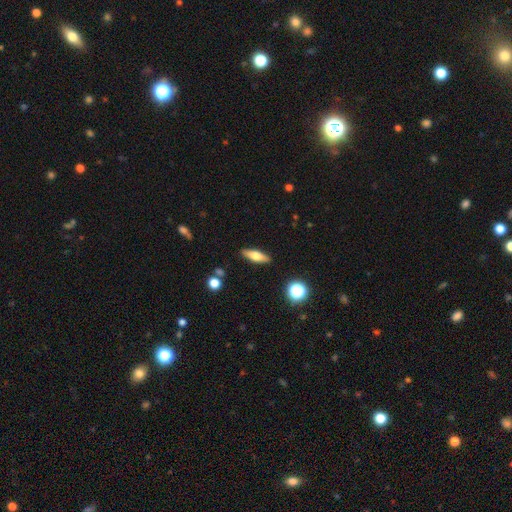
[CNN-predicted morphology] This is possibly a smooth galaxy (54%). How rounded: possibly cigar-shaped (49%). Merging: clearly none (88%).